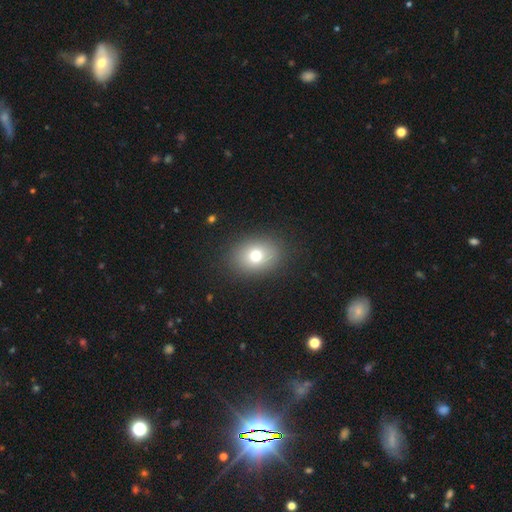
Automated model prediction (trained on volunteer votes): smooth 74%, featured or disk 13%, star or artifact 12%. Down the decision tree: how rounded — in between (60%); merging — none (87%).